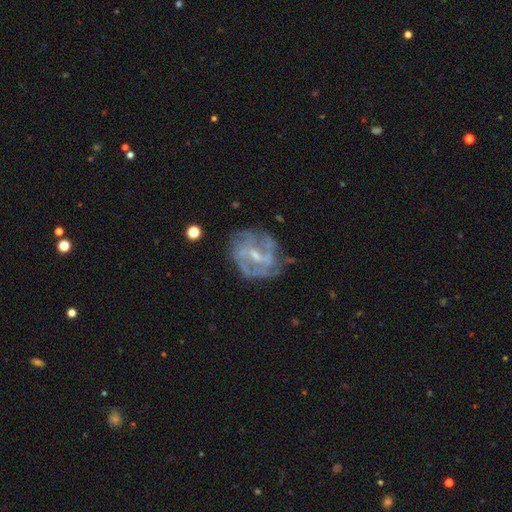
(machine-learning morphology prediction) This appears to be a featured or disk galaxy (82%) with a weak bar (52%), 2 (34%) medium (45%) spiral arms (85%) and a small central bulge (57%). Merging: none (63%).